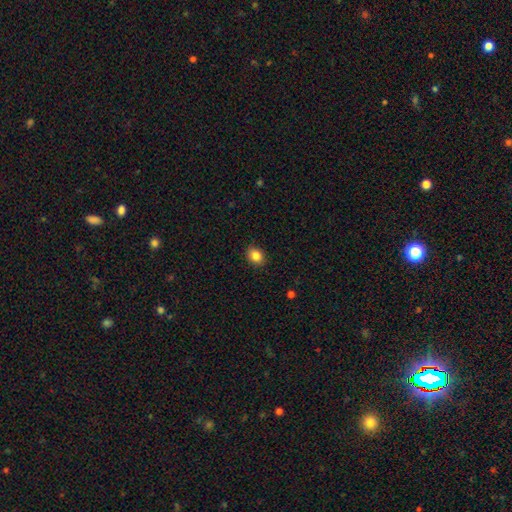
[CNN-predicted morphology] type=smooth (86%); roundness=round (51%); merging=none (89%).